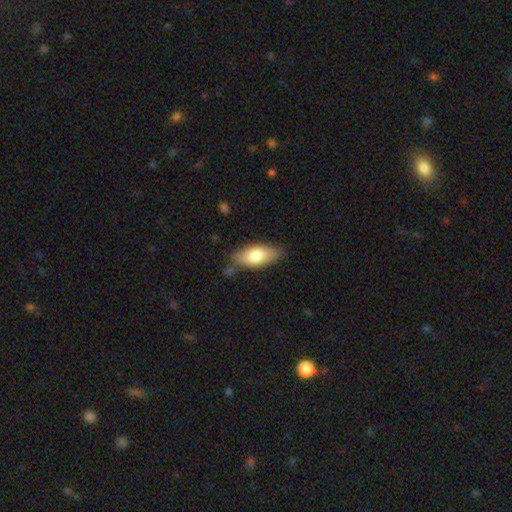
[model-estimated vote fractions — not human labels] A smooth galaxy with no disk features (76%) that is in between round and cigar-shaped (83%).

Vote fractions:
- Smooth or featured? smooth: 76% / featured or disk: 18% / star or artifact: 6%
- How rounded? in between: 83% / cigar-shaped: 15% / round: 2%
- Merging? none: 74% / minor disturbance: 18% / merger: 4% / major disturbance: 4%